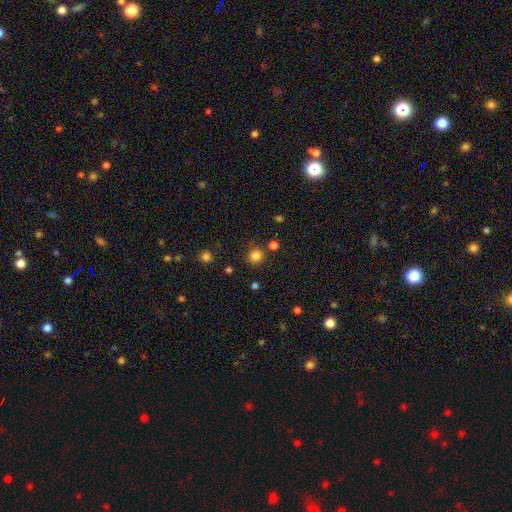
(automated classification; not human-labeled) Q: Smooth or featured?
A: smooth (82%); runner-up: star or artifact (14%)
Q: How rounded?
A: round (92%); runner-up: in between (8%)
Q: Merging?
A: none (85%); runner-up: minor disturbance (8%)